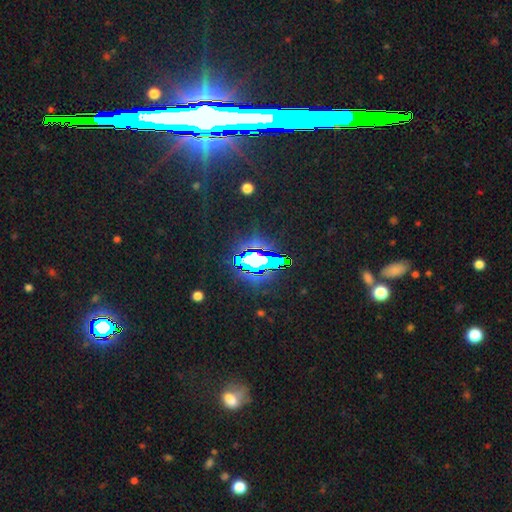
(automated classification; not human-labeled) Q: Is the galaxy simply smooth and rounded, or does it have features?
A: star or artifact — 76%.